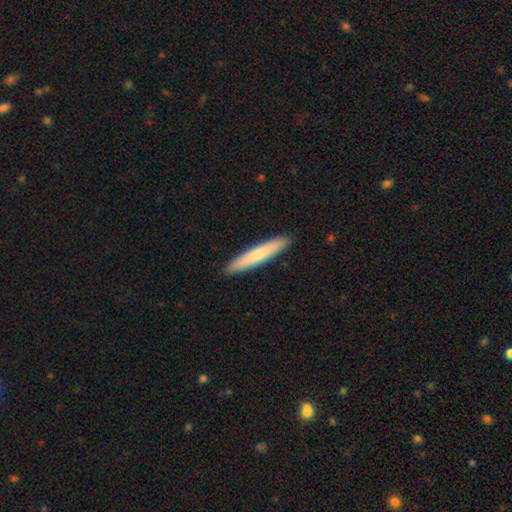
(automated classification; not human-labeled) Q: Smooth or featured?
A: smooth (71%); runner-up: featured or disk (24%)
Q: How rounded?
A: cigar-shaped (94%); runner-up: in between (5%)
Q: Merging?
A: none (92%); runner-up: minor disturbance (6%)